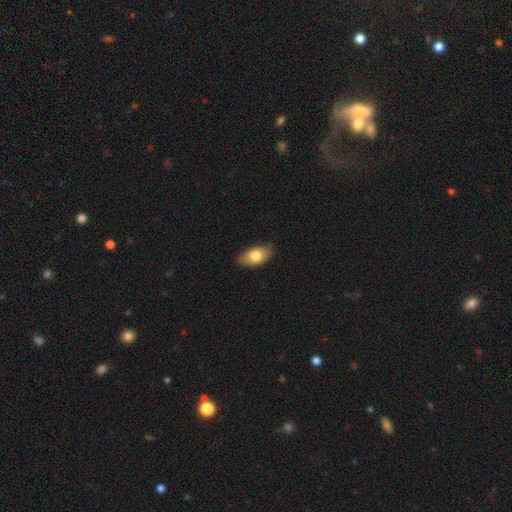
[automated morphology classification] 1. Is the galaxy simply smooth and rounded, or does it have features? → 76% smooth, 18% featured or disk, 7% star or artifact.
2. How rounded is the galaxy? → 91% in between, 5% round, 3% cigar-shaped.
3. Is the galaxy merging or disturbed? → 82% none, 15% minor disturbance, 2% major disturbance, 1% merger.